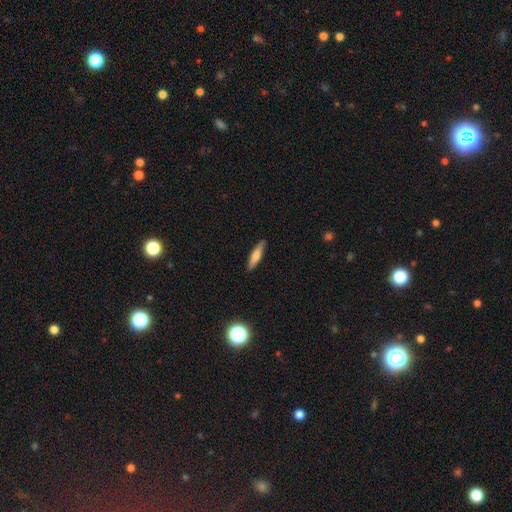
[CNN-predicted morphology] A smooth galaxy with no disk features (63%) that is cigar-shaped (78%). Merging: none (87%).